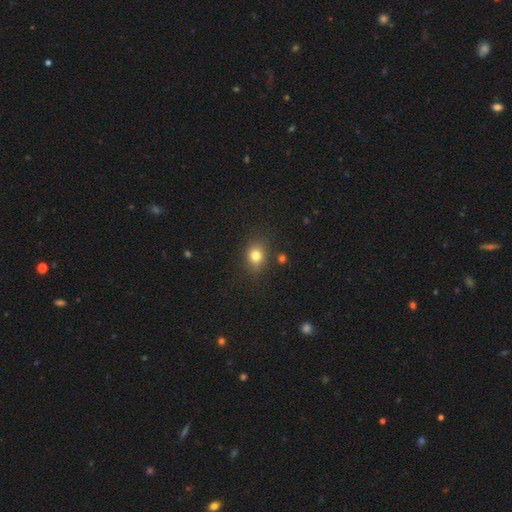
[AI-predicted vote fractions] The model was most divided on "how rounded": round: 60%, in between: 39%, cigar-shaped: 1%. More confident: merging — none (80%); smooth or featured — smooth (78%).